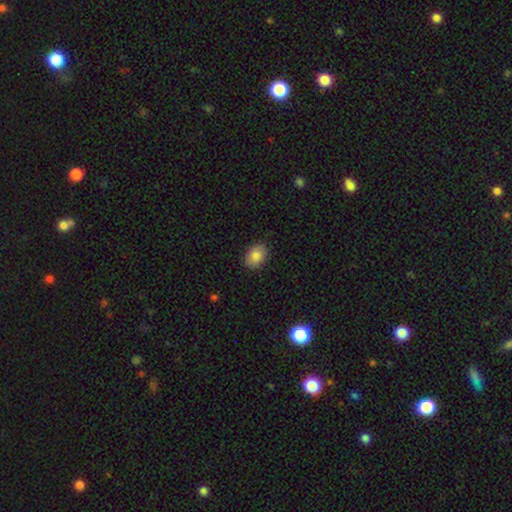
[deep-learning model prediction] Morphology: type=smooth (86%); roundness=in between (74%); merging=none (87%).